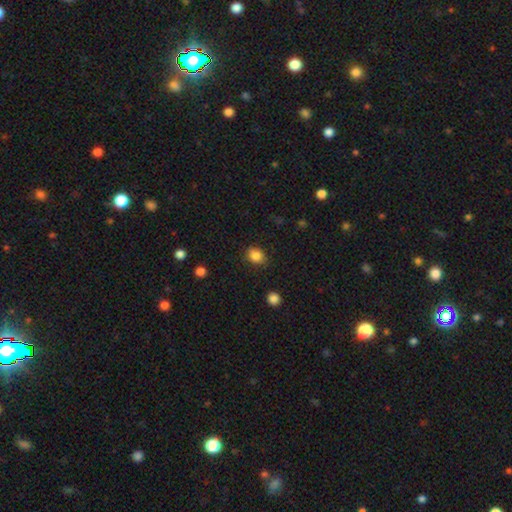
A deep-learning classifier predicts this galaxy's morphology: Overall: smooth (85%). How rounded: round (56%; in between 43%). Merging: none (79%).